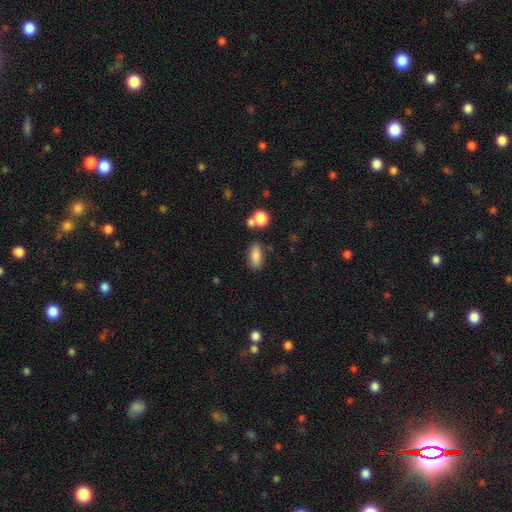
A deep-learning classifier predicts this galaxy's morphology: type=smooth (84%); roundness=in between (81%); merging=none (76%).